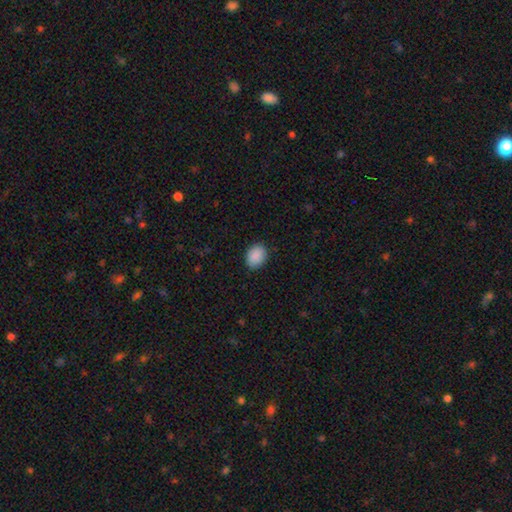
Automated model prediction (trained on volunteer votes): smooth_or_featured: smooth (p=0.90) [alt: star or artifact p=0.07]
how_rounded: in between (p=0.63) [alt: round p=0.36]
merging: none (p=0.86) [alt: minor disturbance p=0.11]